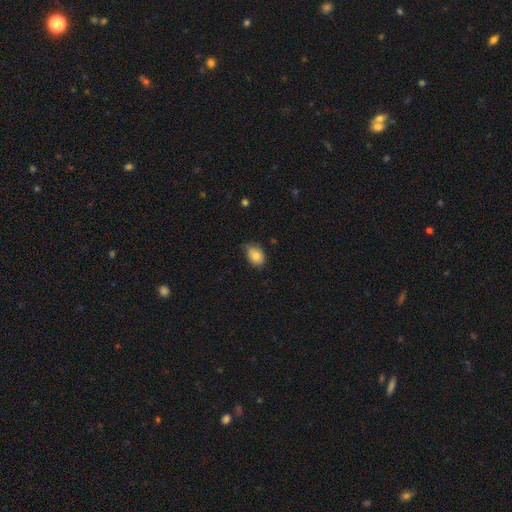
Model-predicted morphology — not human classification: A smooth galaxy with no disk features (79%) that is in between round and cigar-shaped (72%). Merging: none (67%).